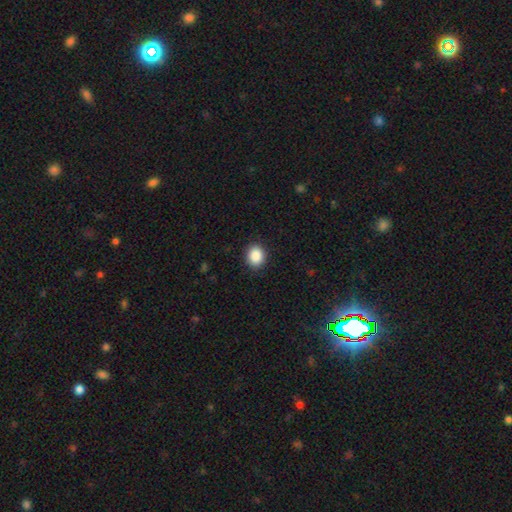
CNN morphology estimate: smooth-or-featured: smooth: 89% | star or artifact: 8% | featured or disk: 3%
  how-rounded: round: 58% | in between: 41% | cigar-shaped: 1%
  merging: none: 90% | minor disturbance: 7% | major disturbance: 2% | merger: 1%